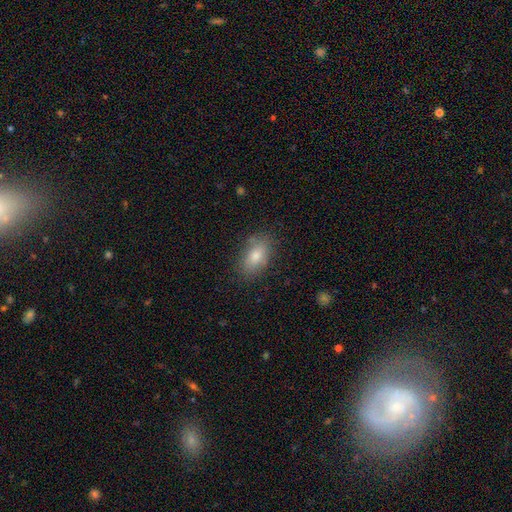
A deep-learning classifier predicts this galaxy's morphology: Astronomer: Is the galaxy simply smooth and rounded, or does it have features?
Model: smooth — 80%.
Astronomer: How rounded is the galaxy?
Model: in between — 89%.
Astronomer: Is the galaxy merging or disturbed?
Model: none — 81%.